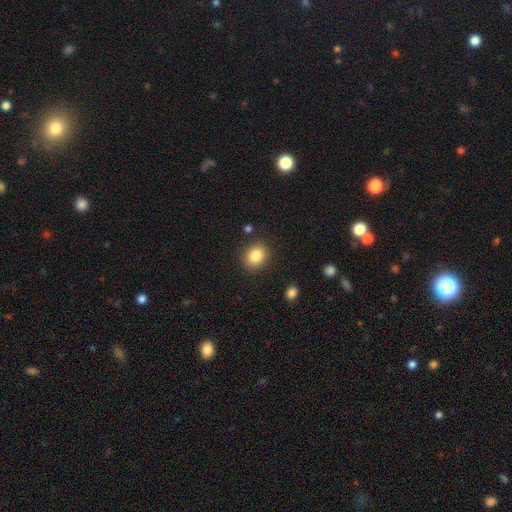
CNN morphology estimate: The model was most divided on "how rounded": round: 69%, in between: 30%, cigar-shaped: 1%. More confident: merging — none (87%); smooth or featured — smooth (85%).